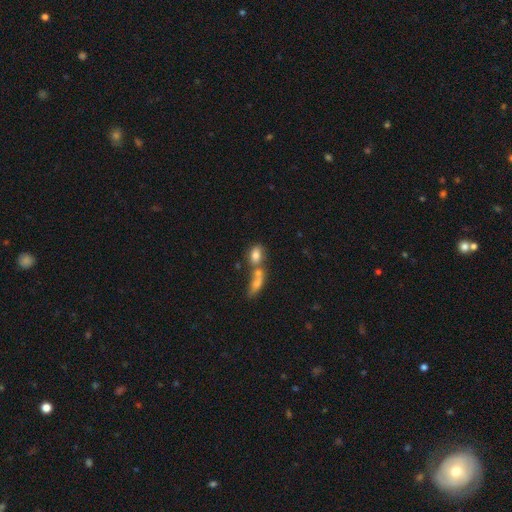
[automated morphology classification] smooth 72%, featured or disk 17%, star or artifact 11%. Down the decision tree: how rounded — in between (72%); merging — merger (60%).